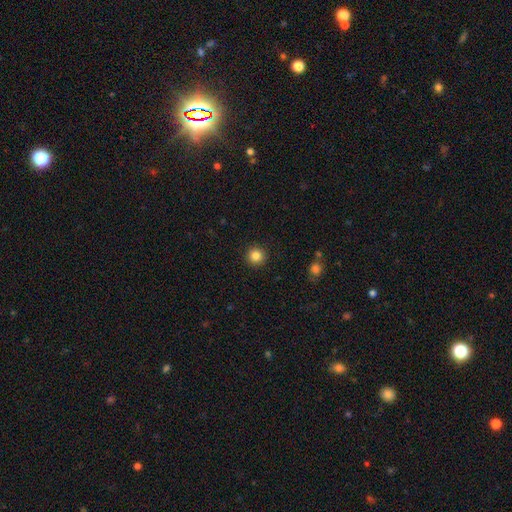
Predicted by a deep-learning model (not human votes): Smooth or featured?
  - smooth: 85% *
  - star or artifact: 11%
  - featured or disk: 5%
How rounded?
  - round: 95% *
  - in between: 4%
  - cigar-shaped: 1%
Merging?
  - none: 92% *
  - minor disturbance: 5%
  - major disturbance: 2%
  - merger: 1%